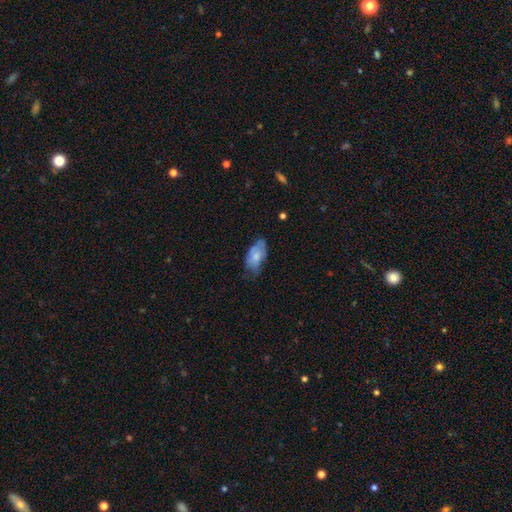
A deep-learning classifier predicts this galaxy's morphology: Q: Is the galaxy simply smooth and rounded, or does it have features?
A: smooth — 63%.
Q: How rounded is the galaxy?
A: in between — 92%.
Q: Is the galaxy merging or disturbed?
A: none — 48%.